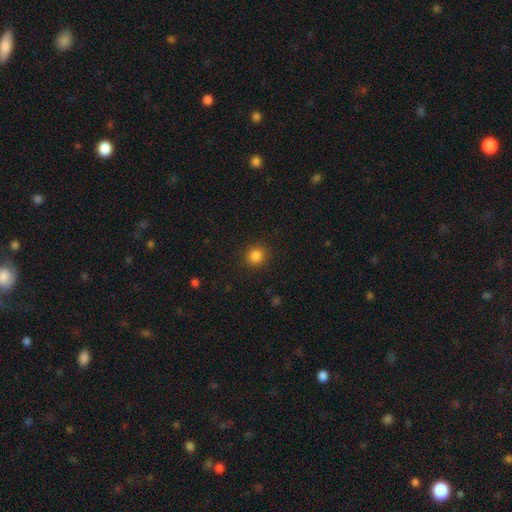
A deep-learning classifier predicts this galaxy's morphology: Q: Smooth or featured?
A: smooth (85%); runner-up: star or artifact (12%)
Q: How rounded?
A: round (90%); runner-up: in between (9%)
Q: Merging?
A: none (90%); runner-up: minor disturbance (6%)